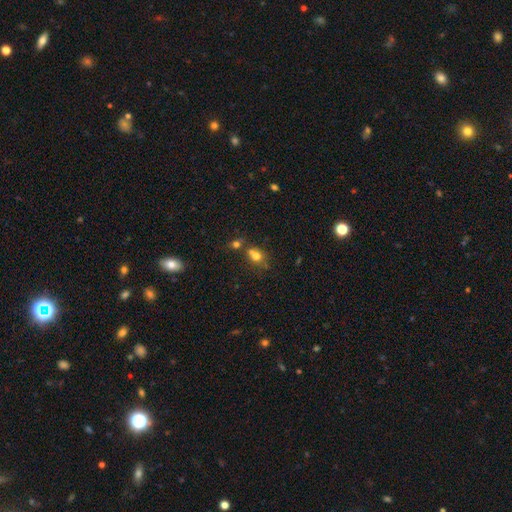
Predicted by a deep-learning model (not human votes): Overall: smooth (70%). How rounded: round (63%; in between 35%). Merging: merger (44%; none 39%).